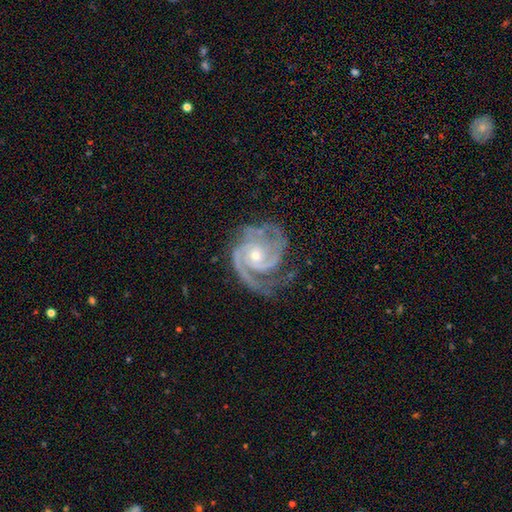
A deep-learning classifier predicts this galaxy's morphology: A featured or disk galaxy (93%) with no bar (71%), 2 (46%) tight (54%) spiral arms (99%) and a small central bulge (61%). Merging: none (67%).